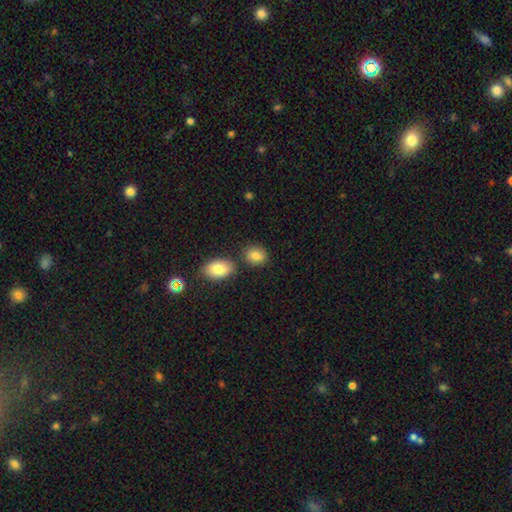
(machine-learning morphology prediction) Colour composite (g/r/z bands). It shows a smooth galaxy with no disk features (84%) that is in between round and cigar-shaped (56%). Merging: none (74%).